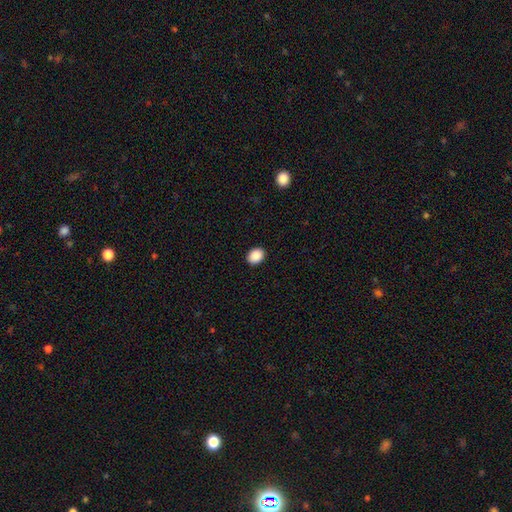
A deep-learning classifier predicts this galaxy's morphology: The model was most divided on "how rounded": in between: 56%, round: 43%, cigar-shaped: 1%. More confident: merging — none (91%); smooth or featured — smooth (89%).